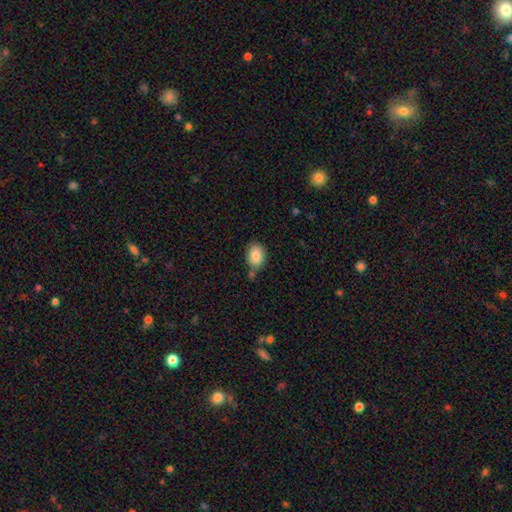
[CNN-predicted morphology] The model was most divided on "how rounded": in between: 73%, round: 26%, cigar-shaped: 1%. More confident: smooth or featured — smooth (86%); merging — none (67%).